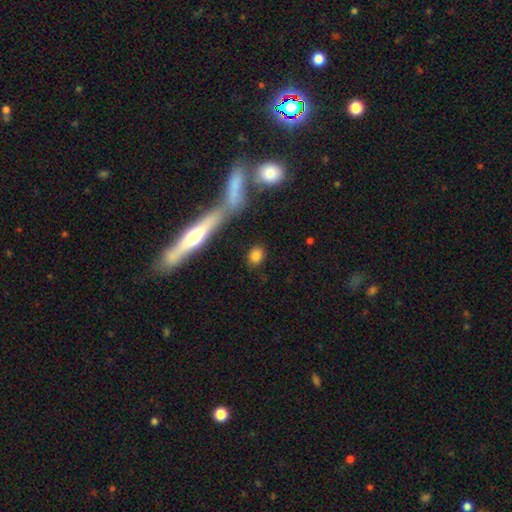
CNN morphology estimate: This appears to be a smooth galaxy with no disk features (82%) that is round (61%). Merging: none (82%).